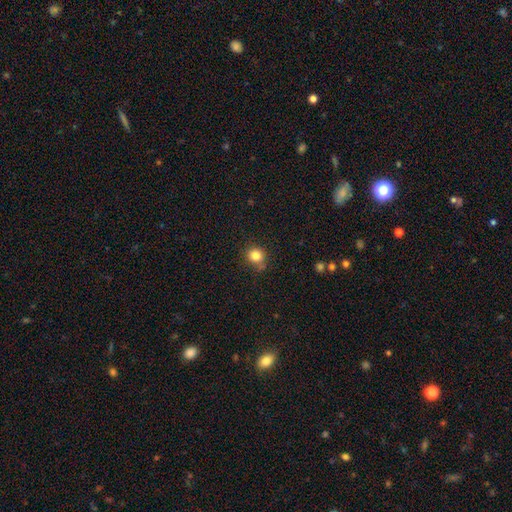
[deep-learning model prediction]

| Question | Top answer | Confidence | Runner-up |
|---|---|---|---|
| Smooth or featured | smooth | 83% | star or artifact (12%) |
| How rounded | round | 85% | in between (14%) |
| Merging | none | 75% | minor disturbance (16%) |